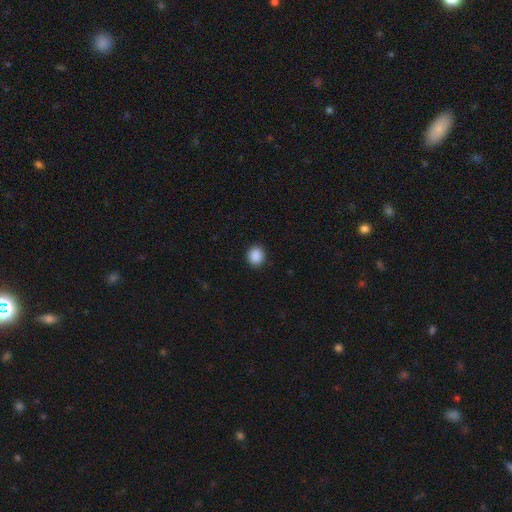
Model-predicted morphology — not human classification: Q: Smooth or featured?
A: smooth (89%); runner-up: star or artifact (9%)
Q: How rounded?
A: round (84%); runner-up: in between (15%)
Q: Merging?
A: none (92%); runner-up: minor disturbance (6%)